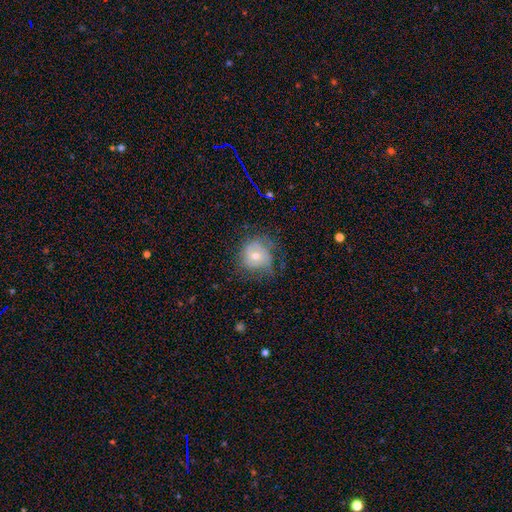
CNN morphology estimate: Smooth or featured?
  - smooth: 50% *
  - featured or disk: 40%
  - star or artifact: 10%
How rounded?
  - round: 81% *
  - in between: 18%
  - cigar-shaped: 1%
Merging?
  - none: 52% *
  - minor disturbance: 28%
  - major disturbance: 18%
  - merger: 1%